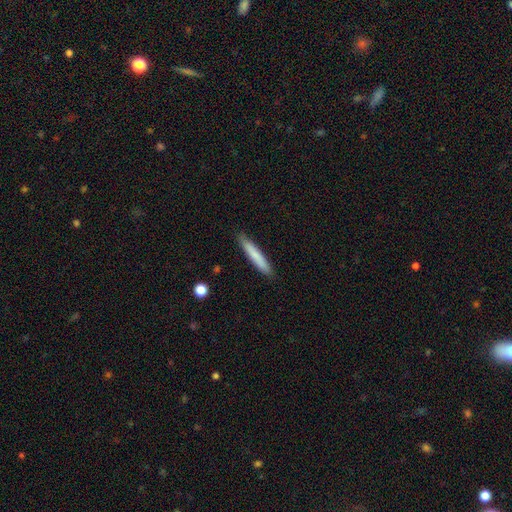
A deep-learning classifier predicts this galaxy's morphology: smooth_or_featured: smooth (p=0.77) [alt: featured or disk p=0.17]
how_rounded: cigar-shaped (p=0.93) [alt: in between p=0.06]
merging: none (p=0.89) [alt: minor disturbance p=0.09]